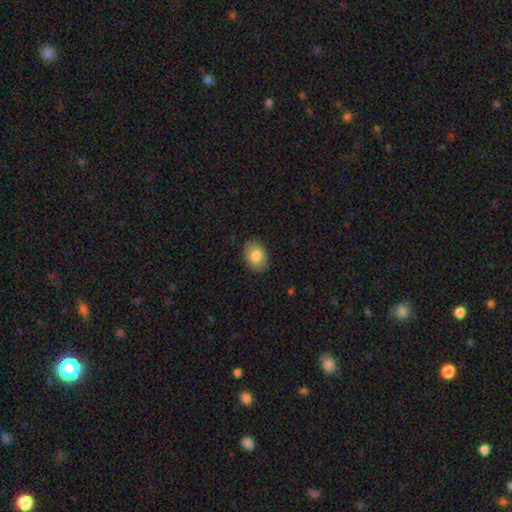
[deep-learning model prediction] The model was most divided on "how rounded": in between: 68%, round: 31%, cigar-shaped: 1%. More confident: merging — none (88%); smooth or featured — smooth (82%).